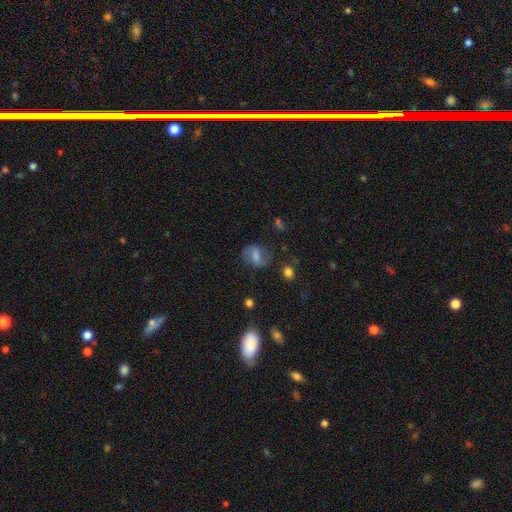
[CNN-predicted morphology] The model was most divided on "smooth or featured": smooth: 47%, featured or disk: 43%, star or artifact: 10%. More confident: merging — none (65%).